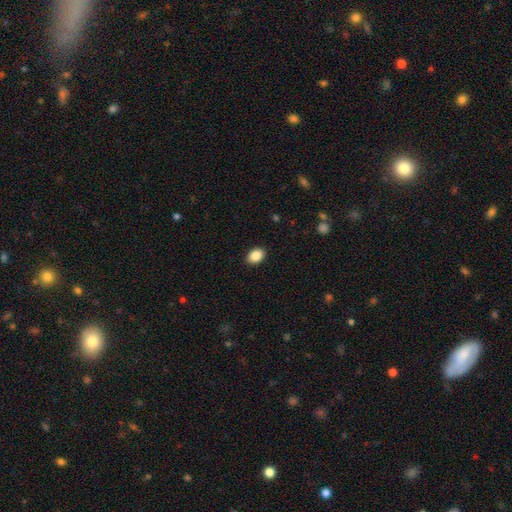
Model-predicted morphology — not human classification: Smooth or featured? smooth (88%)
How rounded? in between (79%)
Merging? none (90%)